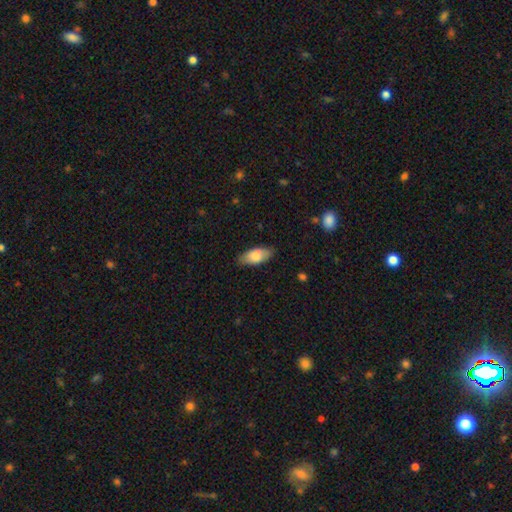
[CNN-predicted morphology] A smooth galaxy with no disk features (82%) that is in between round and cigar-shaped (88%). Merging: none (83%).